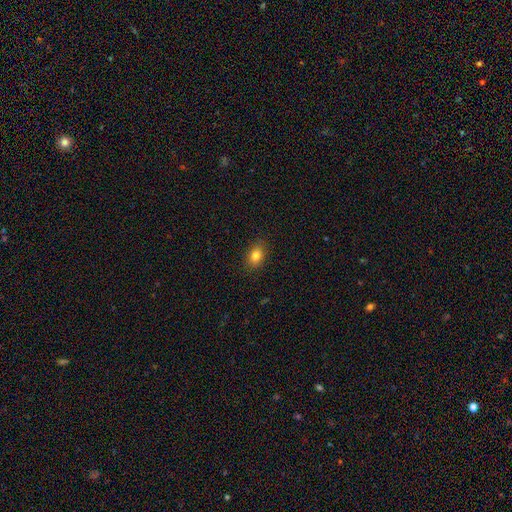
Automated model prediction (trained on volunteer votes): The model was most divided on "how rounded": in between: 75%, round: 24%, cigar-shaped: 1%. More confident: merging — none (88%); smooth or featured — smooth (82%).